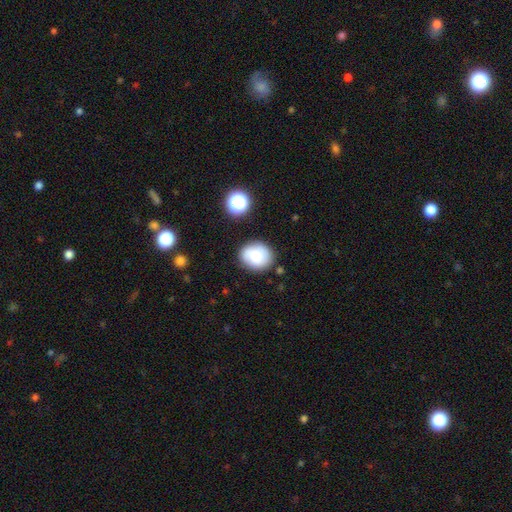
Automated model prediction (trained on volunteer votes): Q: Smooth or featured?
A: smooth (71%); runner-up: featured or disk (20%)
Q: How rounded?
A: round (62%); runner-up: in between (37%)
Q: Merging?
A: none (78%); runner-up: minor disturbance (14%)